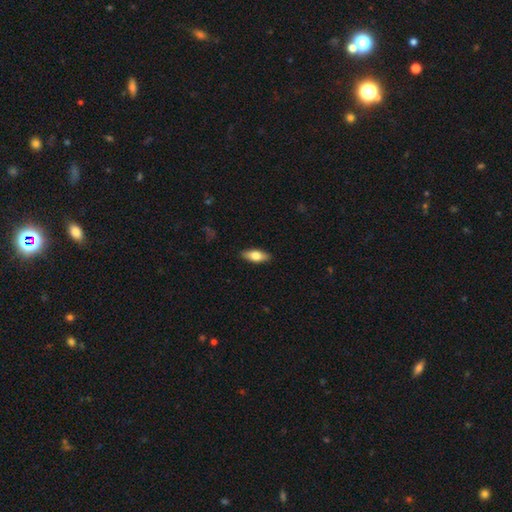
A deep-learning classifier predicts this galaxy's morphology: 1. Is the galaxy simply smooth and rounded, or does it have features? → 71% smooth, 23% featured or disk, 6% star or artifact.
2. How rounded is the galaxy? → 77% in between, 21% cigar-shaped, 3% round.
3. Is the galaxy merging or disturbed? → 88% none, 9% minor disturbance, 2% major disturbance, 1% merger.